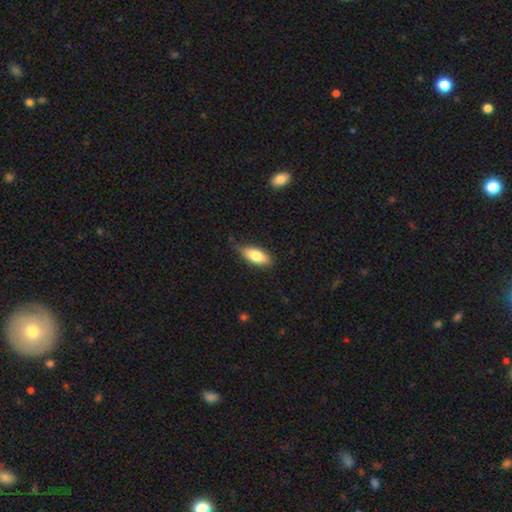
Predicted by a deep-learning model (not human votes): Morphology: type=smooth (76%); roundness=in between (81%); merging=none (73%).